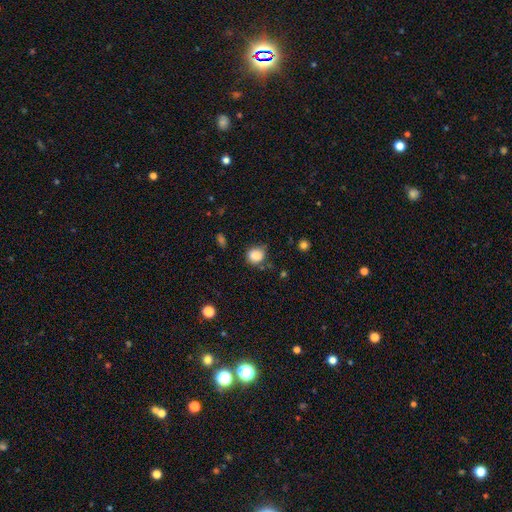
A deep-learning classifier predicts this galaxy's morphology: Smooth or featured: smooth — 85% (star or artifact — 10%)
How rounded: round — 76% (in between — 23%)
Merging: none — 66% (minor disturbance — 24%)